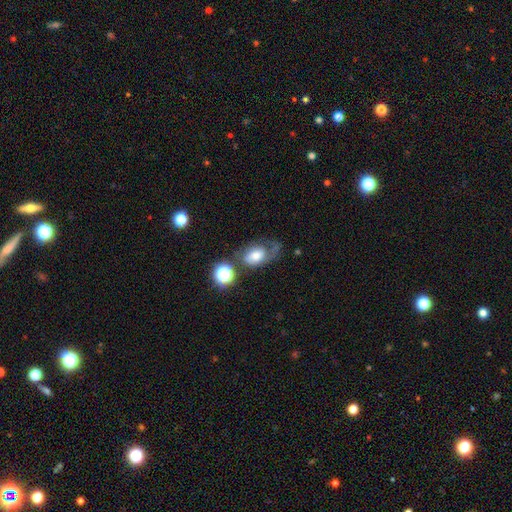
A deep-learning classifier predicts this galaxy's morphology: A smooth galaxy with no disk features (48%).

Vote fractions:
- Smooth or featured? smooth: 48% / featured or disk: 39% / star or artifact: 13%
- Merging? none: 35% / major disturbance: 29% / minor disturbance: 24% / merger: 12%